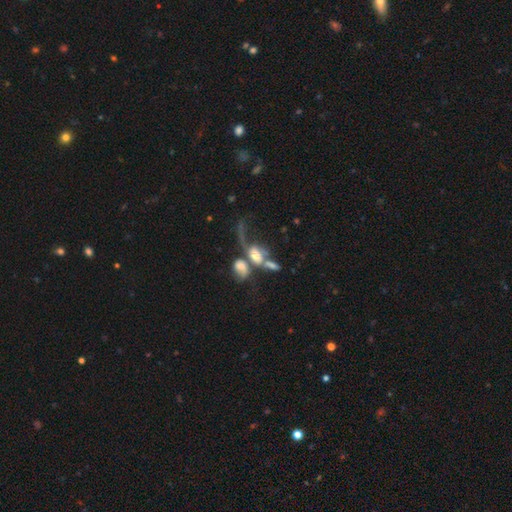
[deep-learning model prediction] This appears to be a featured or disk galaxy (52%). Merging: merger (59%).